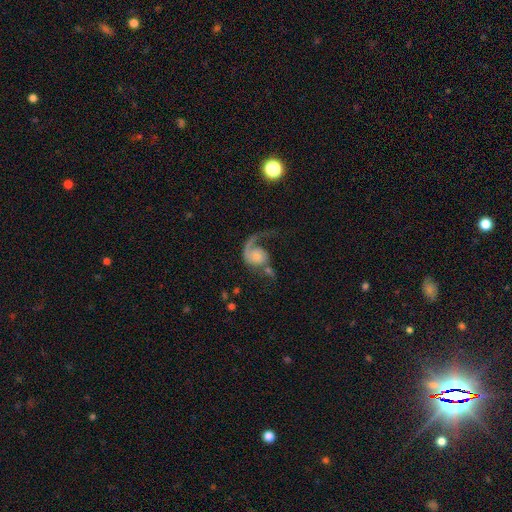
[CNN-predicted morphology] Smooth or featured: featured or disk — 75% (smooth — 18%)
Edge-on disk: no — 98% (yes — 2%)
Bar: no — 75% (weak — 21%)
Spiral arms: yes — 91% (no — 9%)
Spiral winding: loose — 61% (medium — 28%)
Spiral arm count: 1 — 78% (2 — 16%)
Bulge size: small — 47% (moderate — 30%)
Merging: major disturbance — 40% (none — 30%)